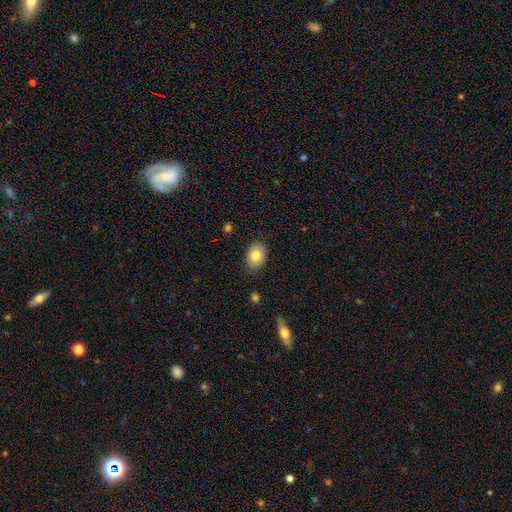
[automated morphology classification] This is clearly a smooth galaxy (80%). How rounded: likely in between (74%). Merging: clearly none (84%).